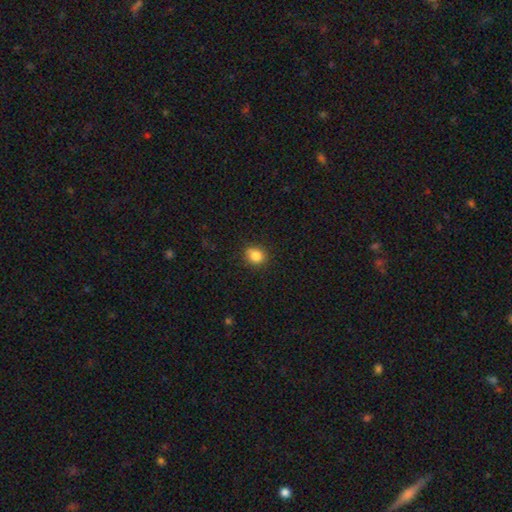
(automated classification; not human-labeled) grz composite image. It shows a smooth galaxy with no disk features (85%) that is round (69%). Merging: none (82%).